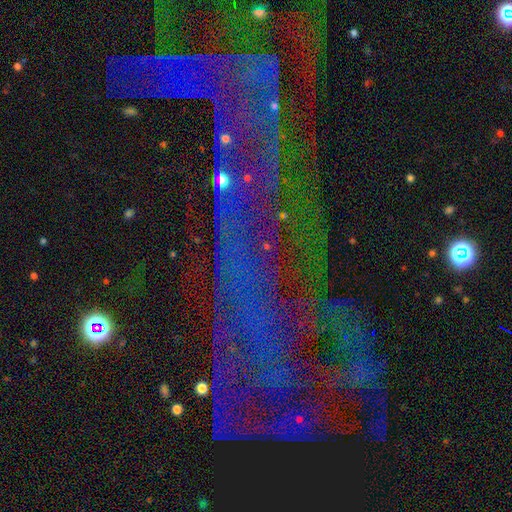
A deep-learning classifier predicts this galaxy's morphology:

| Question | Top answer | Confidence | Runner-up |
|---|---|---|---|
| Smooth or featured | star or artifact | 70% | featured or disk (19%) |